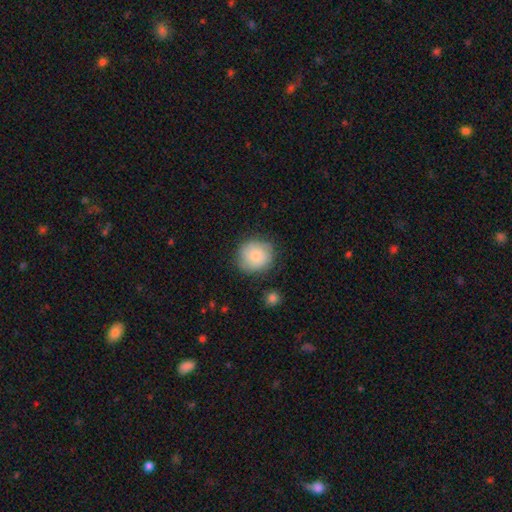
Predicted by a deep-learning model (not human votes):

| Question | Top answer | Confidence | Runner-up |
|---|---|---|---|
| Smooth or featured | smooth | 81% | featured or disk (12%) |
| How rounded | round | 89% | in between (10%) |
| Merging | none | 78% | minor disturbance (16%) |